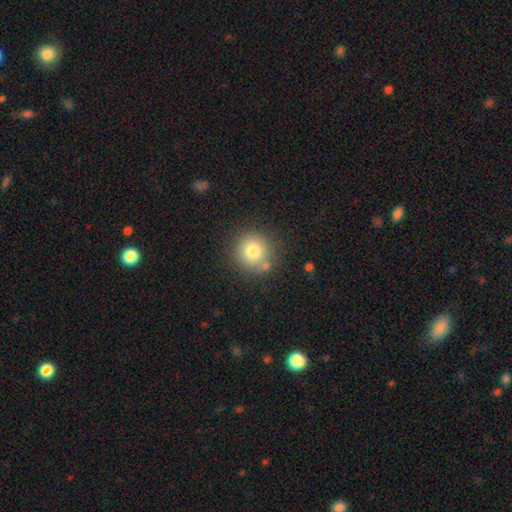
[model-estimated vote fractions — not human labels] Morphology: type=smooth (76%); roundness=round (94%); merging=none (82%).